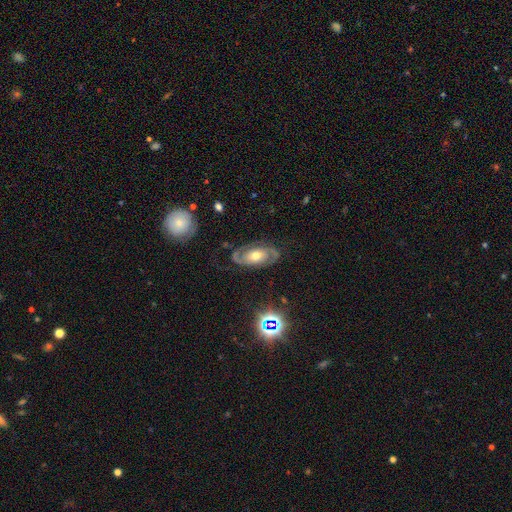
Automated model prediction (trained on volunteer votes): The model was most divided on "spiral winding": medium: 45%, tight: 41%, loose: 15%. More confident: edge-on disk — no (96%); spiral arms — yes (95%); spiral arm count — 2 (89%); smooth or featured — featured or disk (84%); merging — none (79%); bulge size — moderate (70%); bar — no (67%).